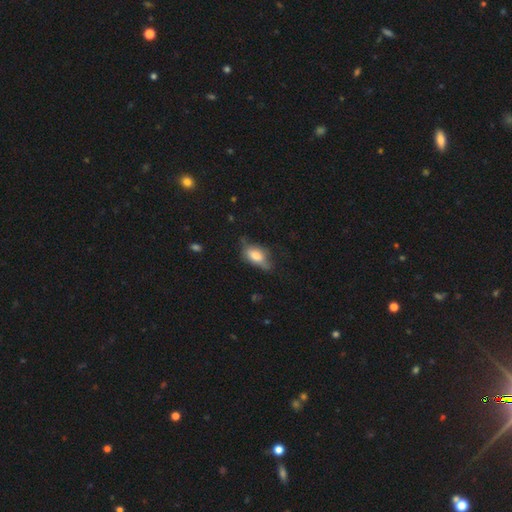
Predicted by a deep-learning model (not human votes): This is likely a smooth galaxy (69%). How rounded: clearly in between (86%). Merging: possibly none (50%).